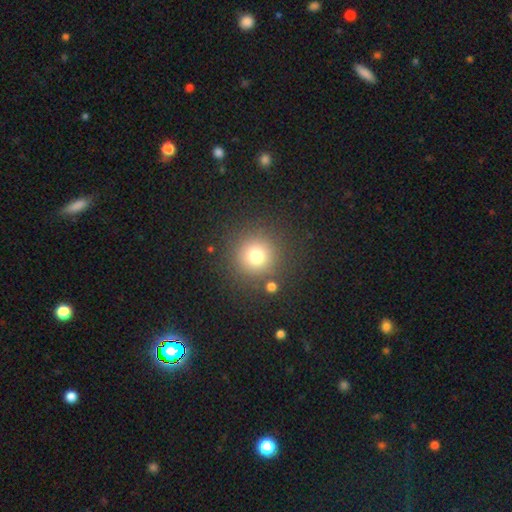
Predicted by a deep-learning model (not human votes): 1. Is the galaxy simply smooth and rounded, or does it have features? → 75% smooth, 17% star or artifact, 8% featured or disk.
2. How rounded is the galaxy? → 95% round, 4% in between, 1% cigar-shaped.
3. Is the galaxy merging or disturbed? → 86% none, 7% minor disturbance, 4% merger, 4% major disturbance.